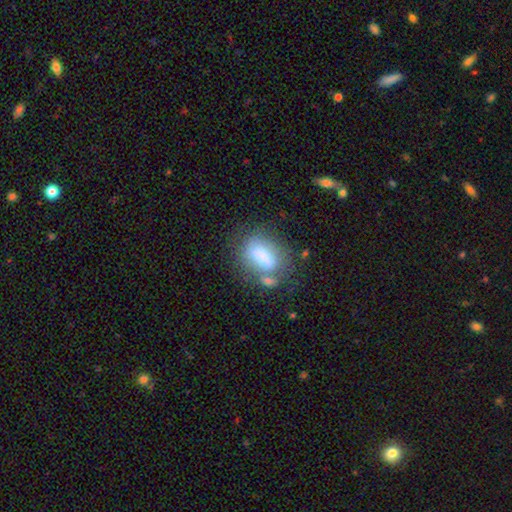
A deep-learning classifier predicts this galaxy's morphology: Smooth or featured? Predicted: smooth (p=0.64). How rounded? Predicted: in between (p=0.74). Merging? Predicted: none (p=0.62).